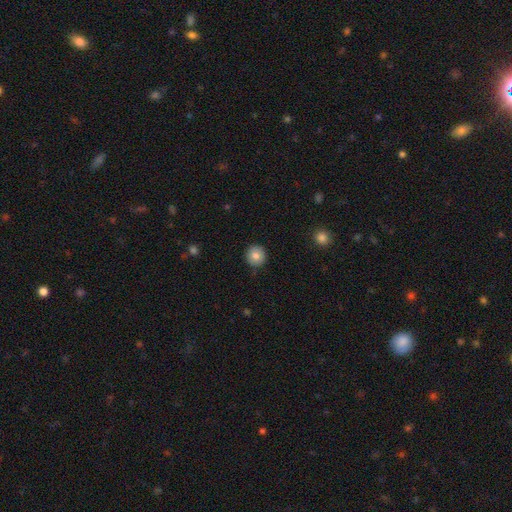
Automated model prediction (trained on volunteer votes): Smooth or featured? Predicted: smooth (p=0.82). How rounded? Predicted: round (p=0.93). Merging? Predicted: none (p=0.90).